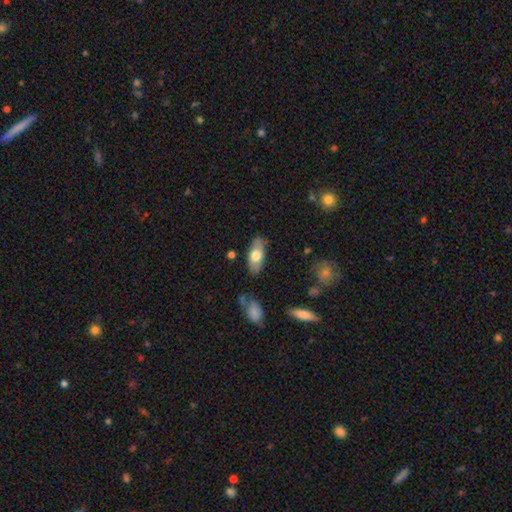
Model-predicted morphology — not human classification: This is likely a smooth galaxy (70%). How rounded: clearly in between (87%). Merging: clearly none (81%).